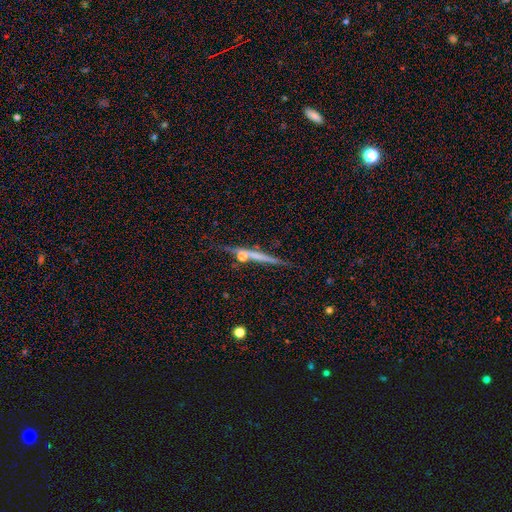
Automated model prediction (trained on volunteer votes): Smooth or featured: featured or disk — 61% (smooth — 30%)
Edge-on disk: yes — 96% (no — 4%)
Edge-on bulge: none — 60% (rounded — 32%)
Merging: none — 78% (minor disturbance — 12%)